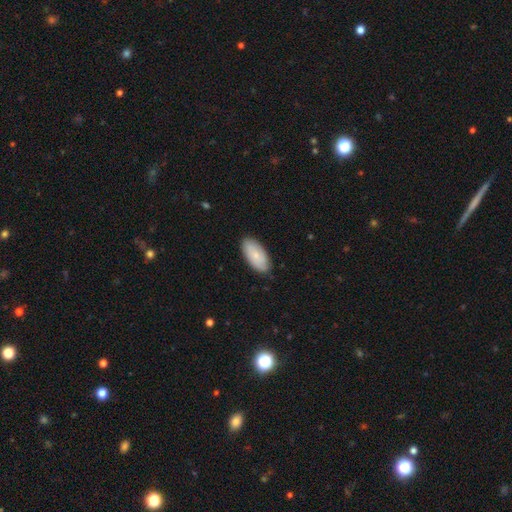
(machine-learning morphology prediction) Smooth or featured? smooth (75%)
How rounded? in between (94%)
Merging? none (83%)